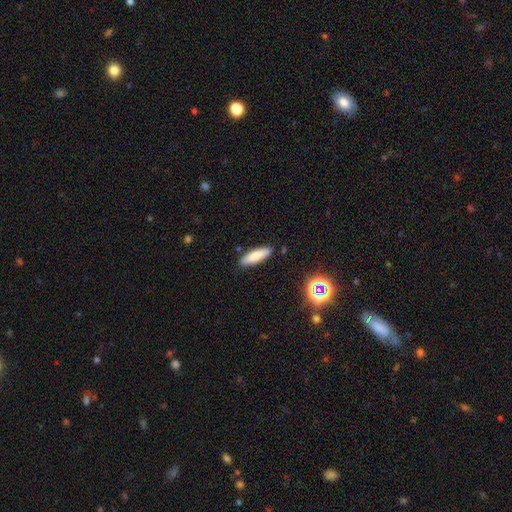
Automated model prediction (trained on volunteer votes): Smooth or featured: smooth — 81% (featured or disk — 11%)
How rounded: cigar-shaped — 57% (in between — 41%)
Merging: none — 87% (minor disturbance — 9%)